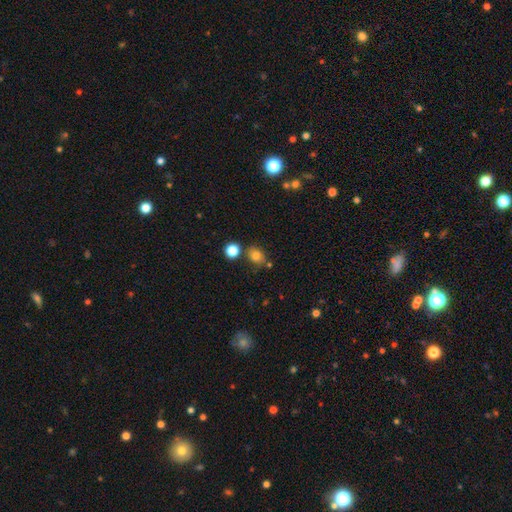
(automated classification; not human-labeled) This appears to be a smooth galaxy with no disk features (79%) that is round (57%). Merging: none (72%).